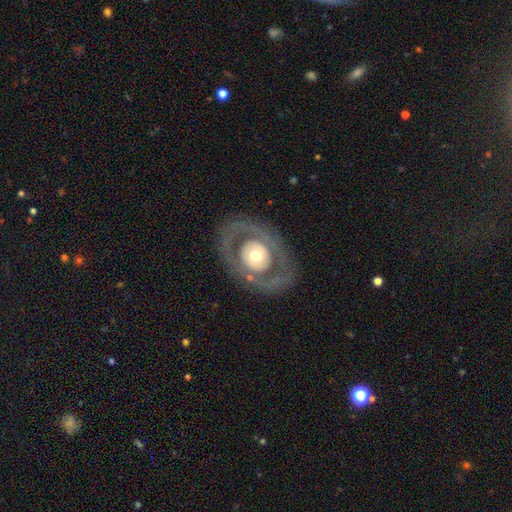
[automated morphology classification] Smooth or featured? Predicted: featured or disk (p=0.64). Edge-on disk? Predicted: no (p=0.93). Bar? Predicted: no (p=0.86). Spiral arms? Predicted: no (p=0.80). Bulge size? Predicted: moderate (p=0.61). Merging? Predicted: none (p=0.79).